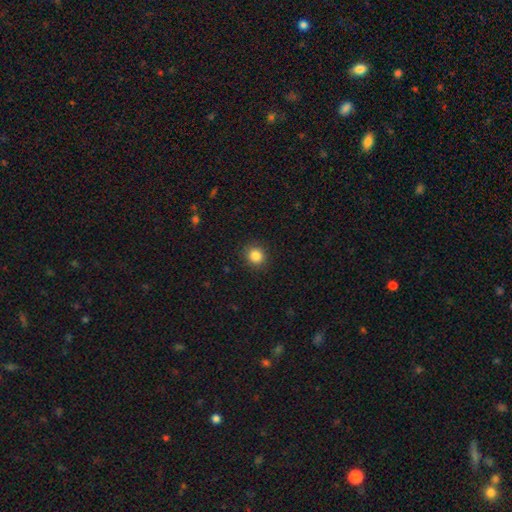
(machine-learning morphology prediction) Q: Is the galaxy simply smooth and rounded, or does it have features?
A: smooth — 85%.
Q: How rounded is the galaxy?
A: round — 85%.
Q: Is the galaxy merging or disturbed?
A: none — 90%.